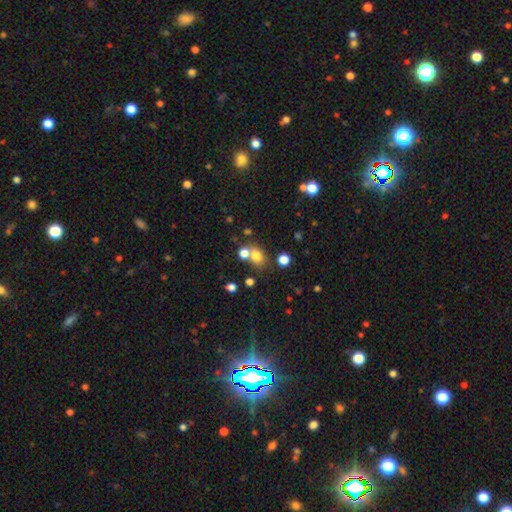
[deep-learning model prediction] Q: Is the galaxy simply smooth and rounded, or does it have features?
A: smooth — 74%.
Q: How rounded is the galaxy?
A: round — 55%.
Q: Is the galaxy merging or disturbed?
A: none — 54%.